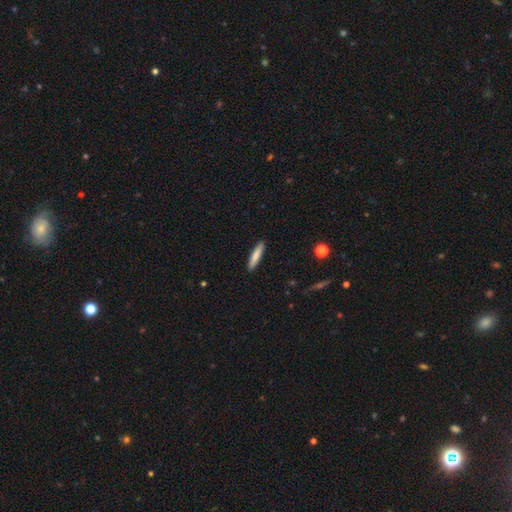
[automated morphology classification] A smooth galaxy with no disk features (81%) that is cigar-shaped (87%). Merging: none (90%).